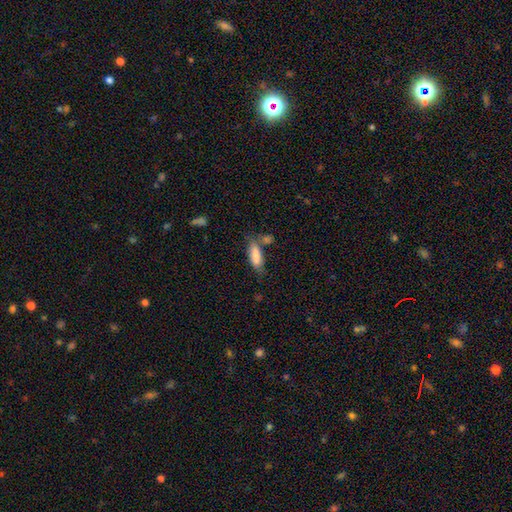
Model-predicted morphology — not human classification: Smooth or featured? Predicted: smooth (p=0.83). How rounded? Predicted: in between (p=0.67). Merging? Predicted: none (p=0.52).